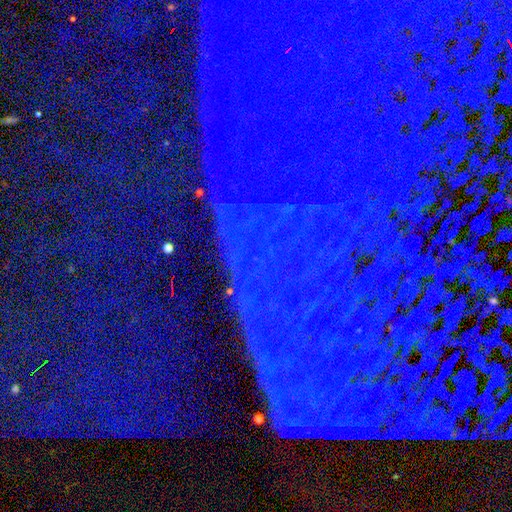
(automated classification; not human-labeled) Q: Smooth or featured?
A: star or artifact (86%); runner-up: featured or disk (7%)